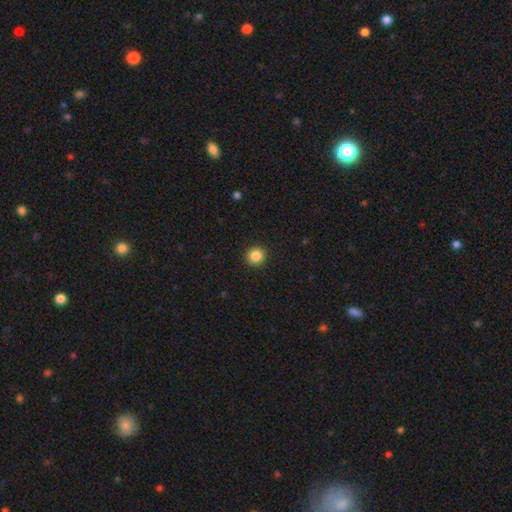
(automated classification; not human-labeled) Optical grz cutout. It shows a smooth galaxy with no disk features (86%) that is round (92%). Merging: none (93%).